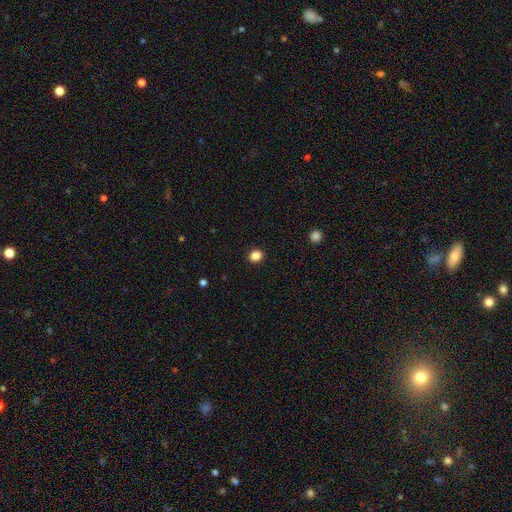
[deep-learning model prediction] This is clearly a smooth galaxy (86%). How rounded: likely round (64%). Merging: clearly none (92%).